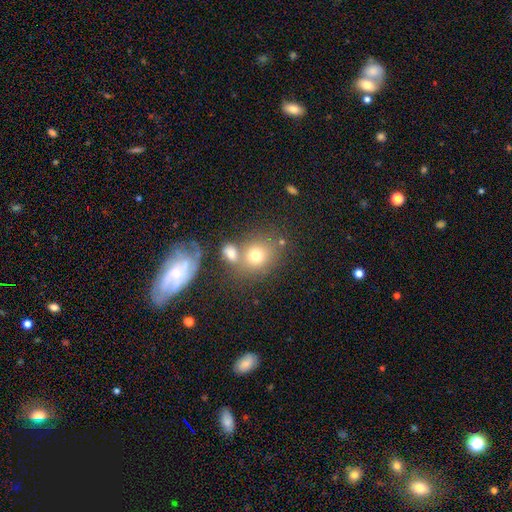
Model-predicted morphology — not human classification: Smooth or featured? smooth (70%)
How rounded? round (64%)
Merging? none (48%)